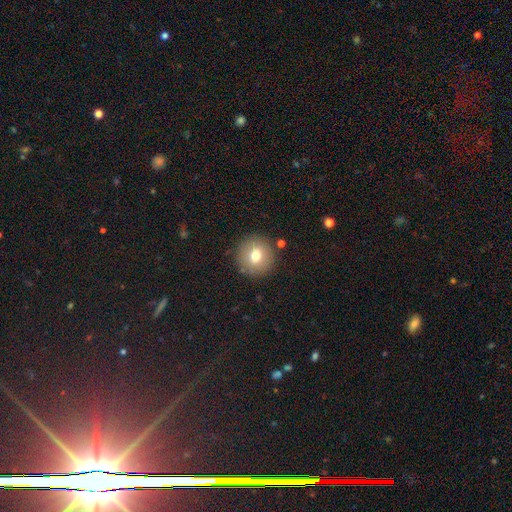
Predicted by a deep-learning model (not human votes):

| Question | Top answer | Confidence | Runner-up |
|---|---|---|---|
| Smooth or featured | smooth | 74% | featured or disk (16%) |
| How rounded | round | 94% | in between (5%) |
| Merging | none | 88% | minor disturbance (7%) |